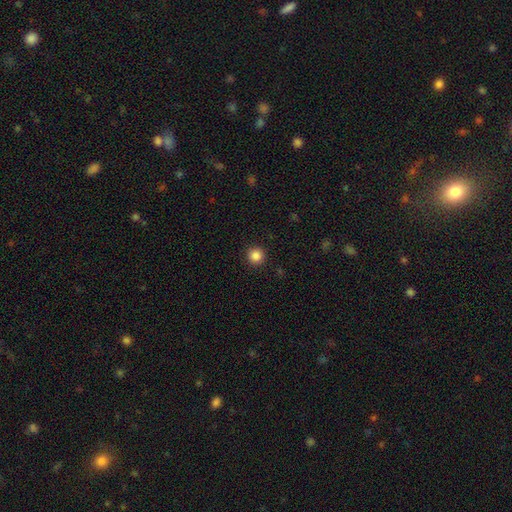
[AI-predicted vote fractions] Smooth or featured: smooth — 86% (star or artifact — 11%)
How rounded: round — 95% (in between — 4%)
Merging: none — 92% (minor disturbance — 5%)